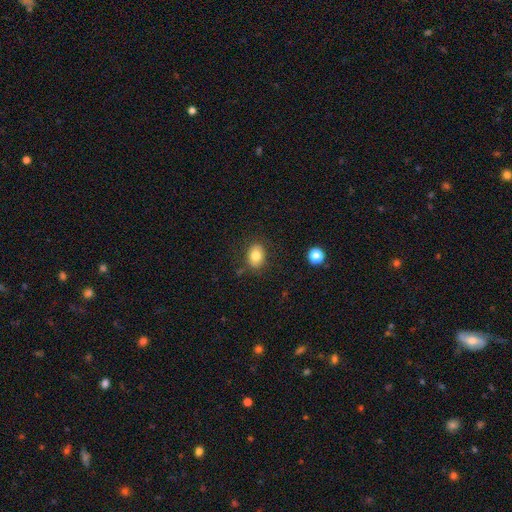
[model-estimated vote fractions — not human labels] This appears to be a smooth galaxy with no disk features (79%) that is in between round and cigar-shaped (65%). Merging: none (82%).